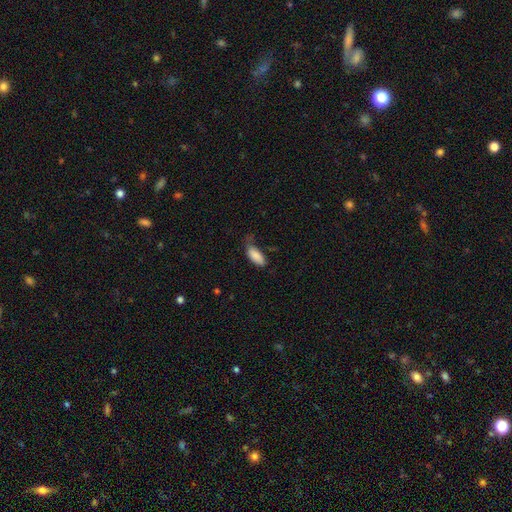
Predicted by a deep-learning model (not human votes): Smooth or featured?
  - smooth: 86% *
  - featured or disk: 7%
  - star or artifact: 7%
How rounded?
  - in between: 85% *
  - cigar-shaped: 13%
  - round: 2%
Merging?
  - none: 42% *
  - minor disturbance: 38%
  - major disturbance: 16%
  - merger: 4%